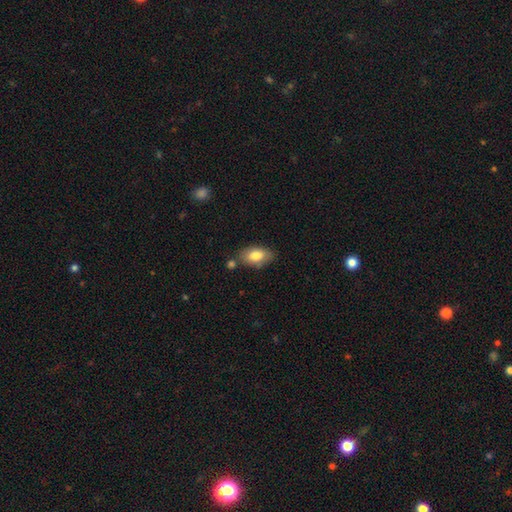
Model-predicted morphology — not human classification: smooth 79%, featured or disk 14%, star or artifact 7%. Down the decision tree: how rounded — in between (91%); merging — none (72%).